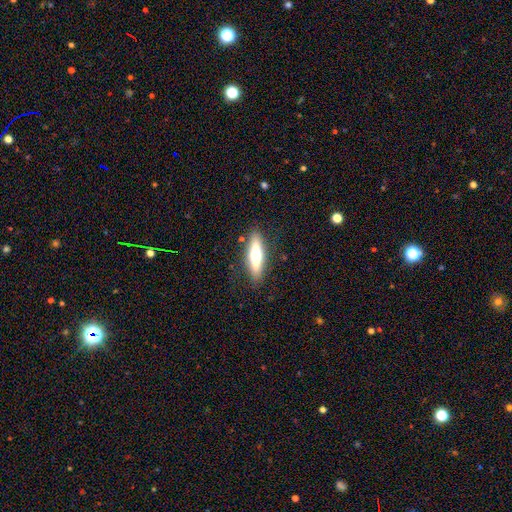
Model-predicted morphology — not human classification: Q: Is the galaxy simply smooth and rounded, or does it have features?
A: smooth — 50%.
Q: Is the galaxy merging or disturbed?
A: none — 85%.